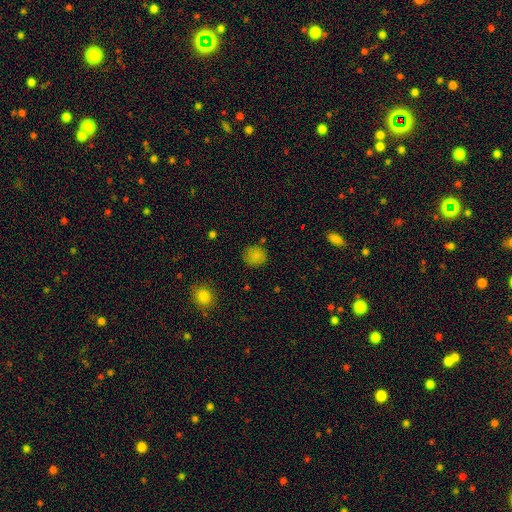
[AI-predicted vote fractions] A smooth galaxy with no disk features (82%) that is round (85%).

Vote fractions:
- Smooth or featured? smooth: 82% / star or artifact: 13% / featured or disk: 6%
- How rounded? round: 85% / in between: 14% / cigar-shaped: 1%
- Merging? none: 80% / minor disturbance: 14% / major disturbance: 3% / merger: 3%